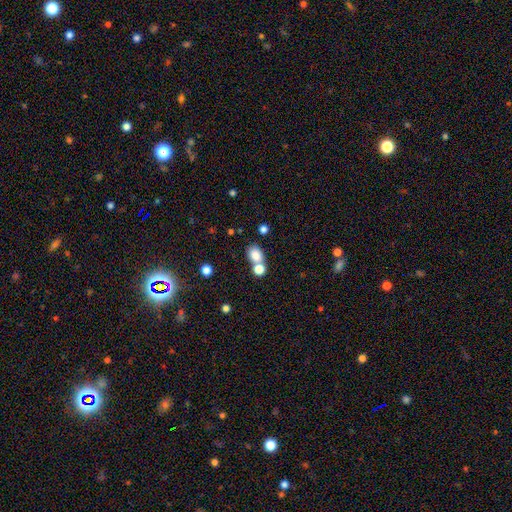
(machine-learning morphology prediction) A smooth galaxy with no disk features (81%) that is in between round and cigar-shaped (60%). Merging: none (47%).